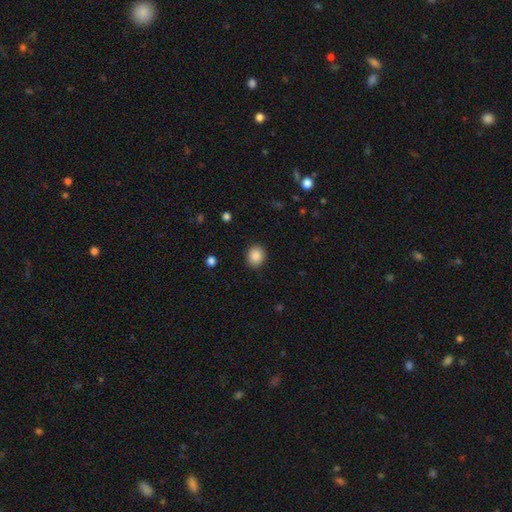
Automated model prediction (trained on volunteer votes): smooth-or-featured: smooth: 88% | star or artifact: 9% | featured or disk: 3%
  how-rounded: round: 78% | in between: 21% | cigar-shaped: 1%
  merging: none: 90% | minor disturbance: 7% | major disturbance: 2% | merger: 1%